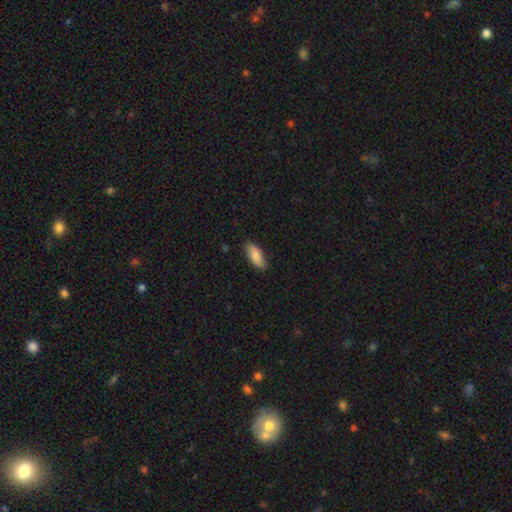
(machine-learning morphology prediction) Overall: smooth (83%). How rounded: in between (81%). Merging: none (82%).